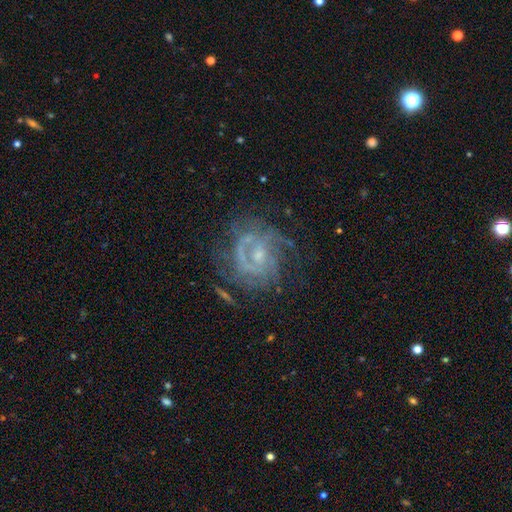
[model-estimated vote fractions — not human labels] A featured or disk galaxy (80%) with no bar (58%), tight (49%) spiral arms (85%) and a small central bulge (59%).

Vote fractions:
- Smooth or featured? featured or disk: 80% / star or artifact: 10% / smooth: 10%
- Edge-on disk? no: 98% / yes: 2%
- Bar? no: 58% / weak: 35% / strong: 8%
- Spiral arms? yes: 85% / no: 15%
- Spiral winding? tight: 49% / medium: 38% / loose: 13%
- Spiral arm count? can't tell: 36% / 2: 31% / 3: 16% / 1: 7% / 4: 6% / more than 4: 5%
- Bulge size? small: 59% / moderate: 32% / none: 7% / large: 2% / dominant: 1%
- Merging? none: 62% / minor disturbance: 19% / major disturbance: 16% / merger: 3%